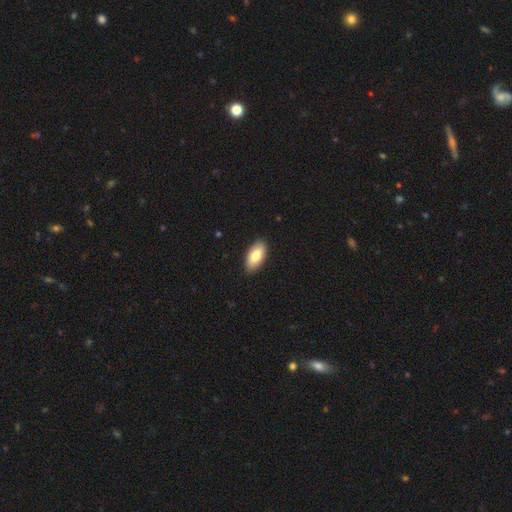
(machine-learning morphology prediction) Smooth or featured: smooth — 81% (featured or disk — 14%)
How rounded: in between — 93% (cigar-shaped — 4%)
Merging: none — 90% (minor disturbance — 7%)